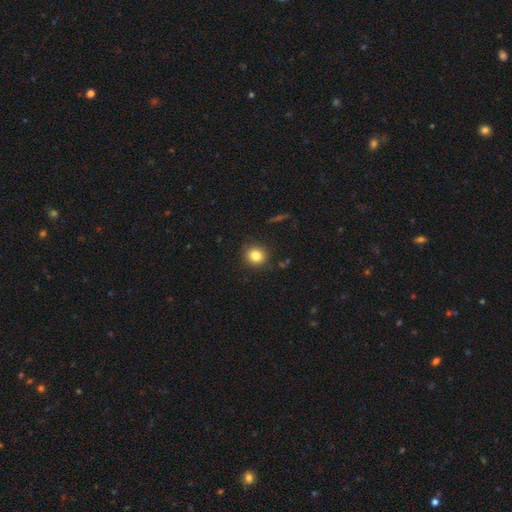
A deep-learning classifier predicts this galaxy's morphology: Q: Smooth or featured?
A: smooth (83%); runner-up: star or artifact (11%)
Q: How rounded?
A: round (84%); runner-up: in between (15%)
Q: Merging?
A: none (88%); runner-up: minor disturbance (8%)